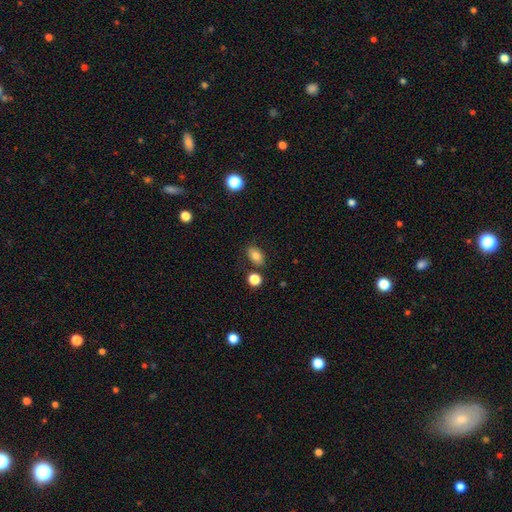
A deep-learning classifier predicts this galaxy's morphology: smooth-or-featured: smooth: 80% | star or artifact: 10% | featured or disk: 10%
  how-rounded: in between: 85% | round: 14% | cigar-shaped: 2%
  merging: none: 79% | minor disturbance: 12% | merger: 6% | major disturbance: 3%